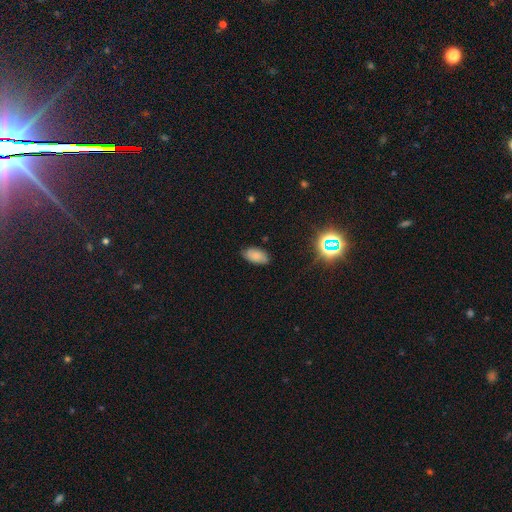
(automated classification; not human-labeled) smooth 79%, star or artifact 12%, featured or disk 10%. Down the decision tree: how rounded — in between (94%); merging — none (81%).